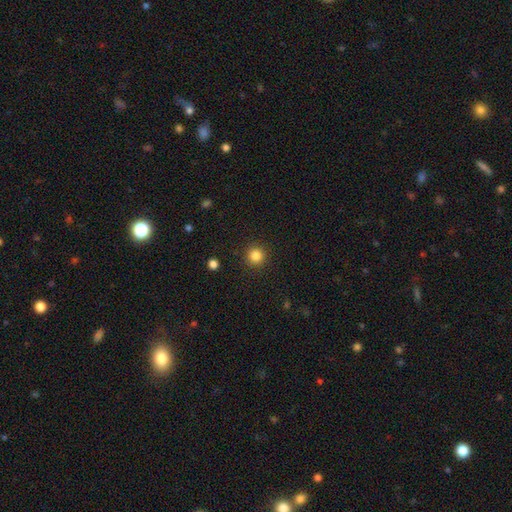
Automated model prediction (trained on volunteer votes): smooth 84%, star or artifact 12%, featured or disk 4%. Down the decision tree: how rounded — round (95%); merging — none (91%).